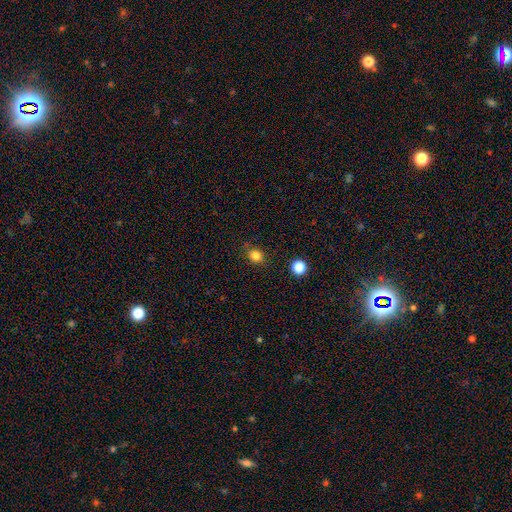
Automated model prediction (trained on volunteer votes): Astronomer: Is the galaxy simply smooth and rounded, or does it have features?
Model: smooth — 82%.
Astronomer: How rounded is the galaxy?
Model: round — 65%.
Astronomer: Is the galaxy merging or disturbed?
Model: none — 82%.